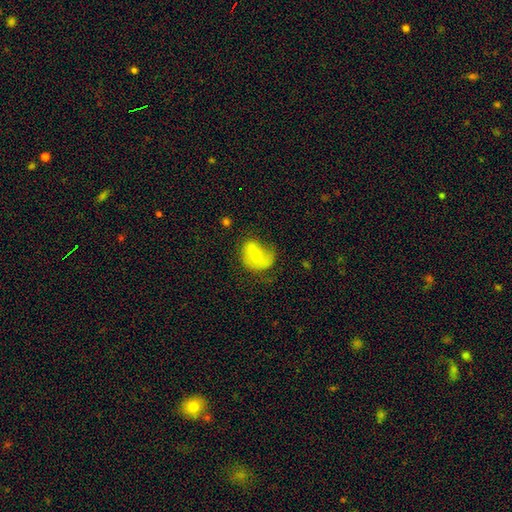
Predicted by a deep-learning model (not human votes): Smooth or featured? Predicted: smooth (p=0.49). Merging? Predicted: none (p=0.38).